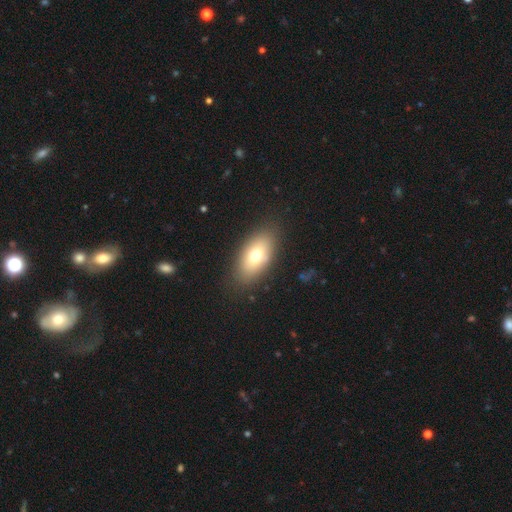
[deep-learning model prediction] A smooth galaxy with no disk features (71%) that is in between round and cigar-shaped (89%). Merging: none (84%).